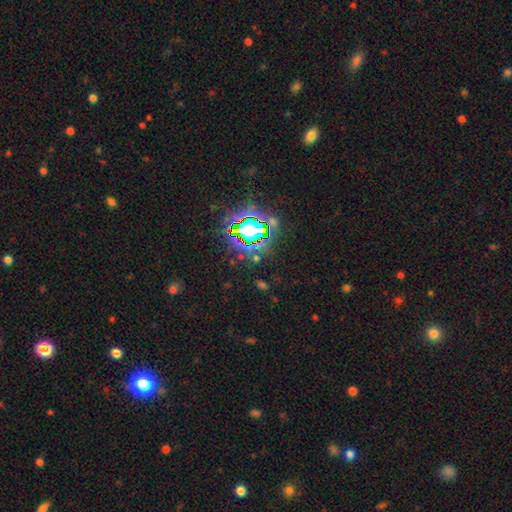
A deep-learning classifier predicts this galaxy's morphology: Smooth or featured?
  - star or artifact: 78% *
  - smooth: 13%
  - featured or disk: 9%